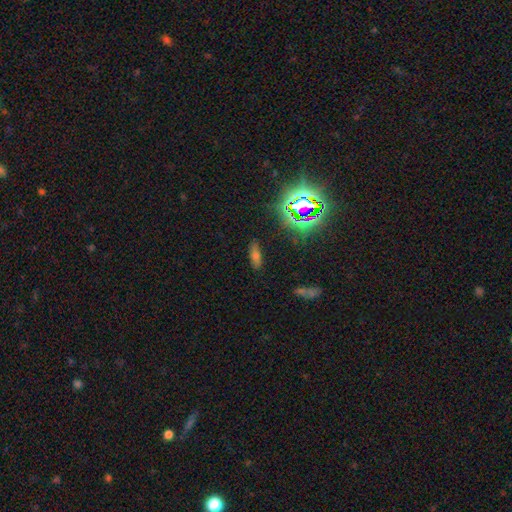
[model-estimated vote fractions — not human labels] Smooth or featured: smooth — 52% (star or artifact — 34%)
How rounded: in between — 56% (cigar-shaped — 39%)
Merging: none — 83% (minor disturbance — 11%)